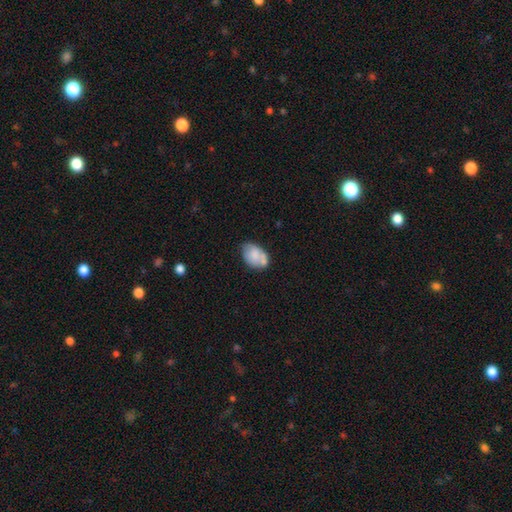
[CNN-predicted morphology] This appears to be a smooth galaxy with no disk features (69%) that is in between round and cigar-shaped (85%). Merging: none (45%).